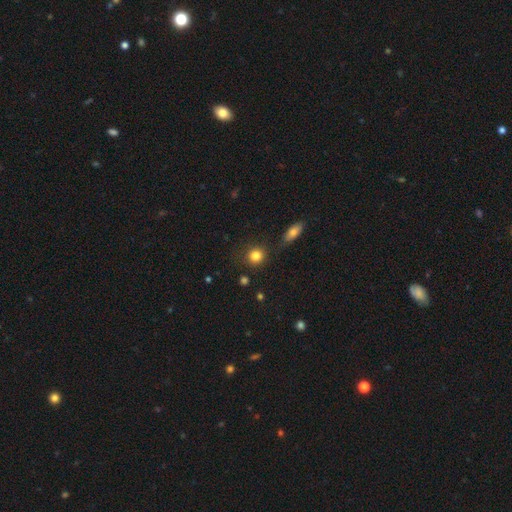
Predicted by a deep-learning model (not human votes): Morphology: type=smooth (83%); roundness=round (87%); merging=none (82%).